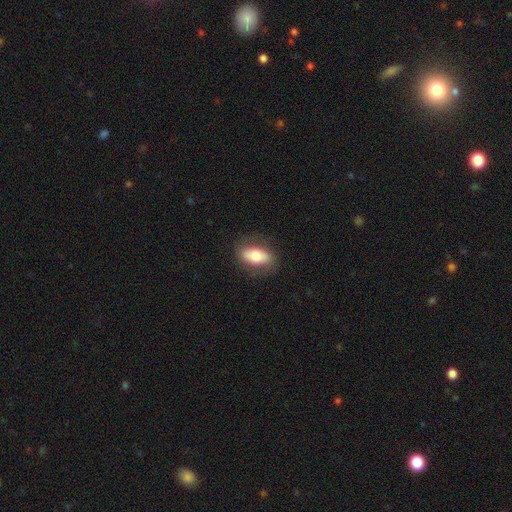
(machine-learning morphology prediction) smooth_or_featured: smooth (p=0.66) [alt: featured or disk p=0.27]
how_rounded: in between (p=0.86) [alt: cigar-shaped p=0.08]
merging: none (p=0.81) [alt: minor disturbance p=0.13]